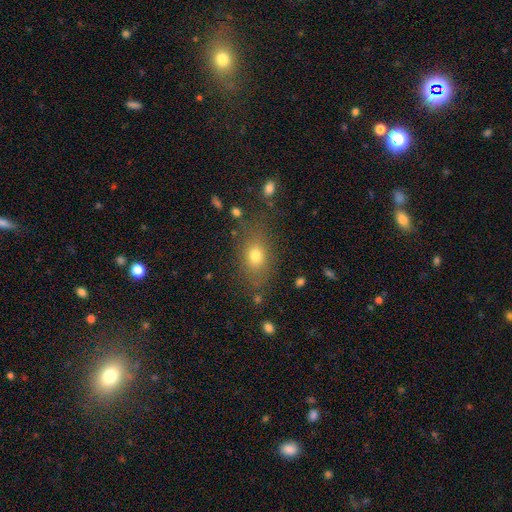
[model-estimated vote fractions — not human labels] The model was most divided on "how rounded": in between: 68%, round: 29%, cigar-shaped: 3%. More confident: merging — none (76%); smooth or featured — smooth (74%).